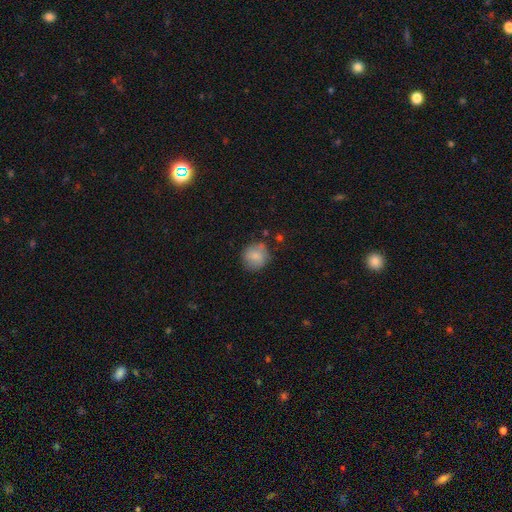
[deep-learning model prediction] Q: Smooth or featured?
A: smooth (81%); runner-up: featured or disk (11%)
Q: How rounded?
A: round (86%); runner-up: in between (12%)
Q: Merging?
A: none (75%); runner-up: minor disturbance (17%)